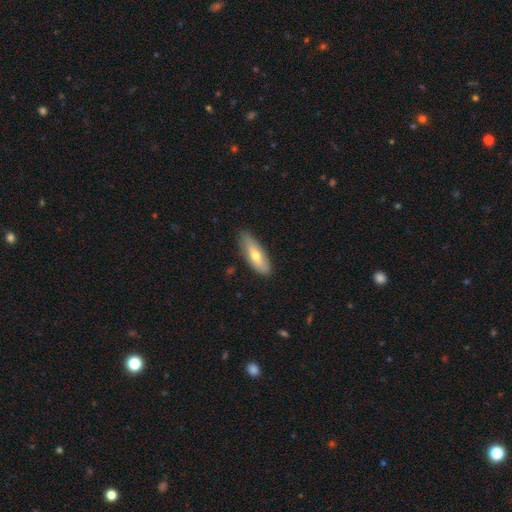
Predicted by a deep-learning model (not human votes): Morphology: type=smooth (63%); roundness=in between (58%); merging=none (79%).